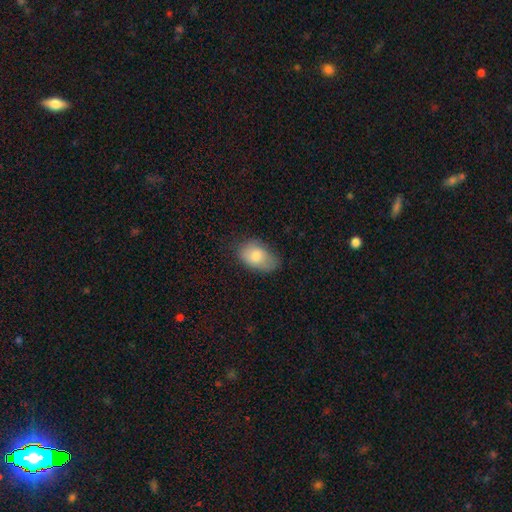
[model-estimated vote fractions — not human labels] Morphology: type=smooth (79%); roundness=in between (89%); merging=none (58%).